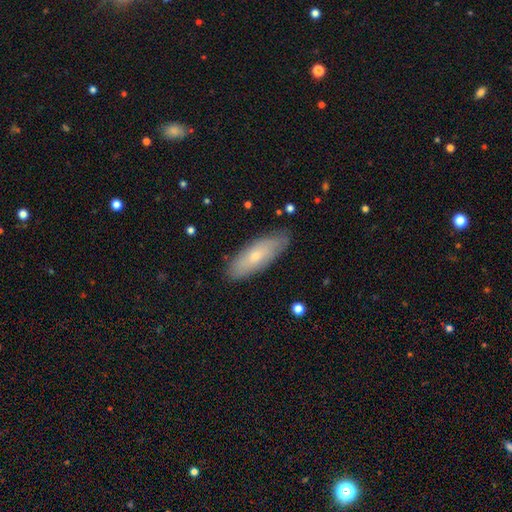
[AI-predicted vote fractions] A smooth galaxy with no disk features (61%) that is in between round and cigar-shaped (63%).

Vote fractions:
- Smooth or featured? smooth: 61% / featured or disk: 33% / star or artifact: 6%
- How rounded? in between: 63% / cigar-shaped: 35% / round: 2%
- Merging? none: 82% / minor disturbance: 14% / major disturbance: 3% / merger: 1%